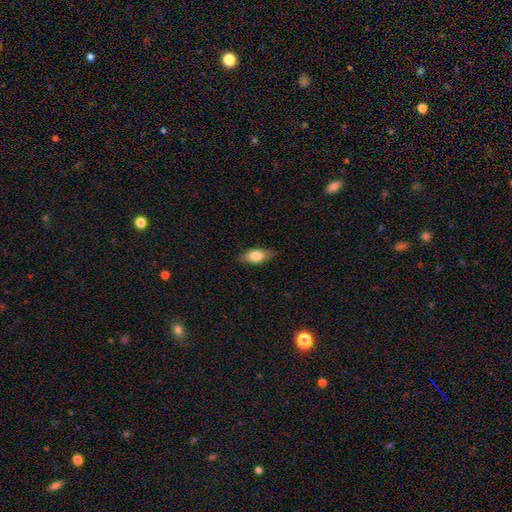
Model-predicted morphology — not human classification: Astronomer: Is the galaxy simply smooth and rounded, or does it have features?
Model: smooth — 76%.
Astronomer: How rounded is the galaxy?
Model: in between — 83%.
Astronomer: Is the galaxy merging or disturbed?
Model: none — 84%.